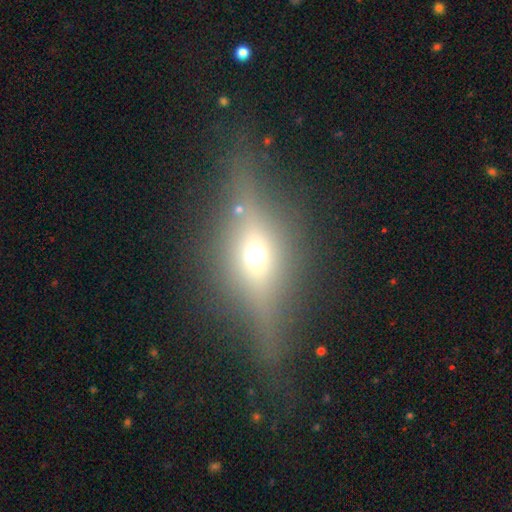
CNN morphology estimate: smooth_or_featured: featured or disk (p=0.64) [alt: smooth p=0.23]
disk_edge_on: yes (p=0.86) [alt: no p=0.14]
edge_on_bulge: rounded (p=0.94) [alt: boxy p=0.04]
merging: none (p=0.78) [alt: minor disturbance p=0.13]